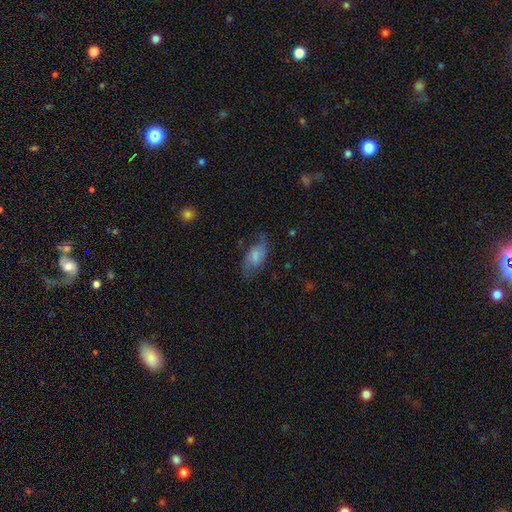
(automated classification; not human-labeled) This is likely a smooth galaxy (64%). How rounded: clearly in between (91%). Merging: possibly none (60%).